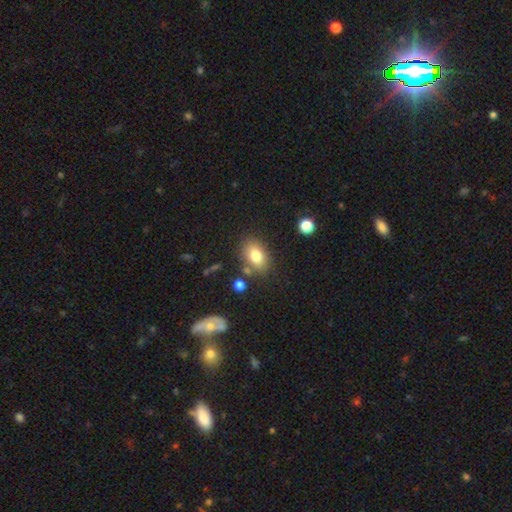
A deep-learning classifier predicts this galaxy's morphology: This appears to be a smooth galaxy with no disk features (79%) that is in between round and cigar-shaped (81%). Merging: none (76%).